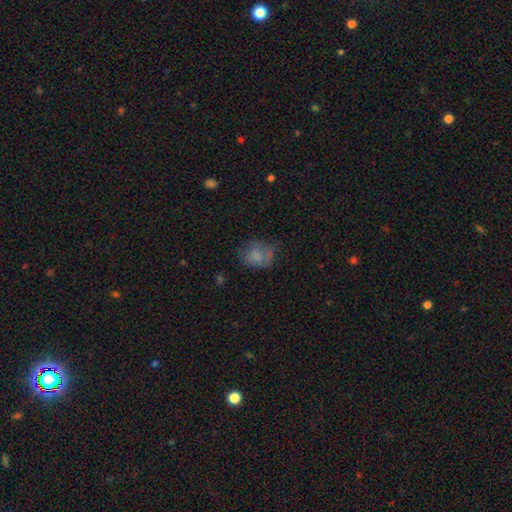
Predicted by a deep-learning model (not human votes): Smooth or featured? Predicted: smooth (p=0.70). How rounded? Predicted: round (p=0.58). Merging? Predicted: none (p=0.51).